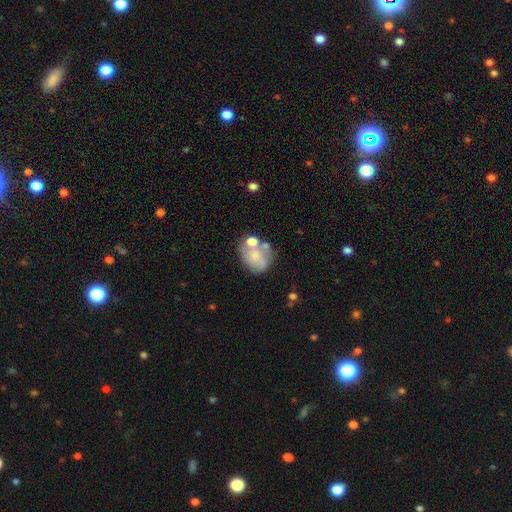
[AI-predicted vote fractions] Smooth or featured? smooth (53%)
How rounded? in between (53%)
Merging? none (38%)